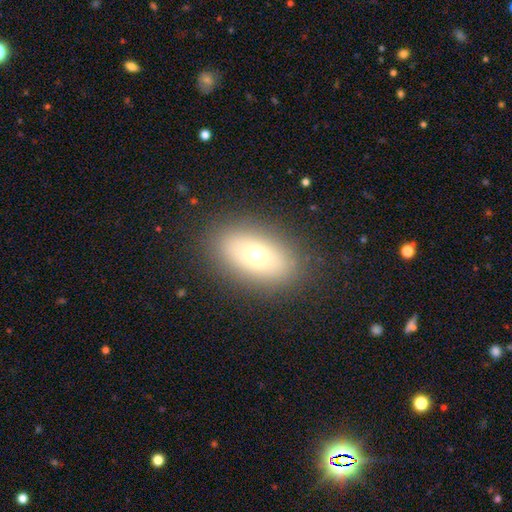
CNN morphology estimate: Smooth or featured?
  - smooth: 67% *
  - featured or disk: 21%
  - star or artifact: 11%
How rounded?
  - in between: 86% *
  - round: 10%
  - cigar-shaped: 4%
Merging?
  - none: 87% *
  - minor disturbance: 8%
  - major disturbance: 4%
  - merger: 1%